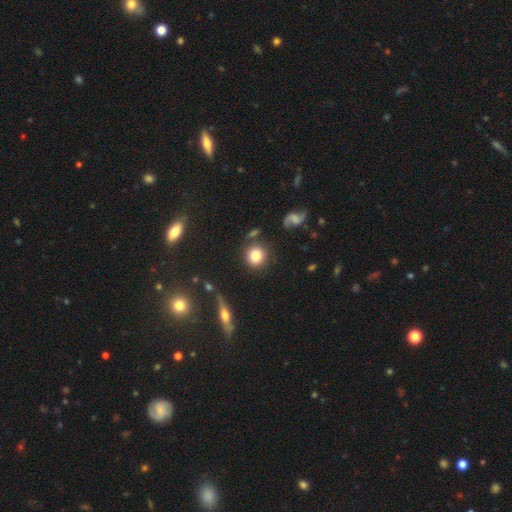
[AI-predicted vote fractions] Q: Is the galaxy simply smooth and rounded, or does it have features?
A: smooth — 80%.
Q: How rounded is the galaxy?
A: round — 86%.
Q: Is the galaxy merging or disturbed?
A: none — 80%.